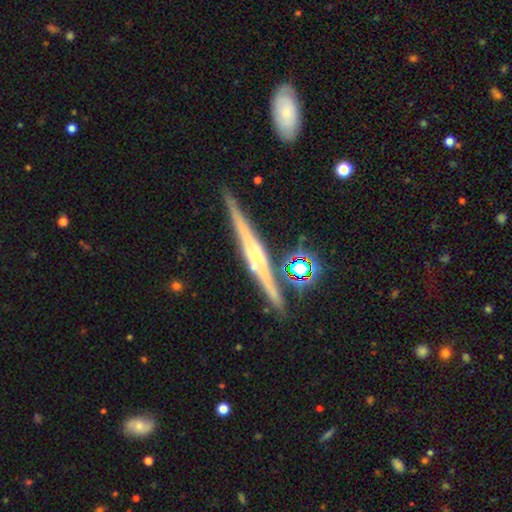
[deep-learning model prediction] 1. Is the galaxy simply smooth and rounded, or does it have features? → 77% featured or disk, 15% smooth, 8% star or artifact.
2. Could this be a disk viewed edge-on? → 98% yes, 2% no.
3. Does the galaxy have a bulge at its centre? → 55% rounded, 25% boxy, 20% none.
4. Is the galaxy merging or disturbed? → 87% none, 8% minor disturbance, 3% merger, 2% major disturbance.